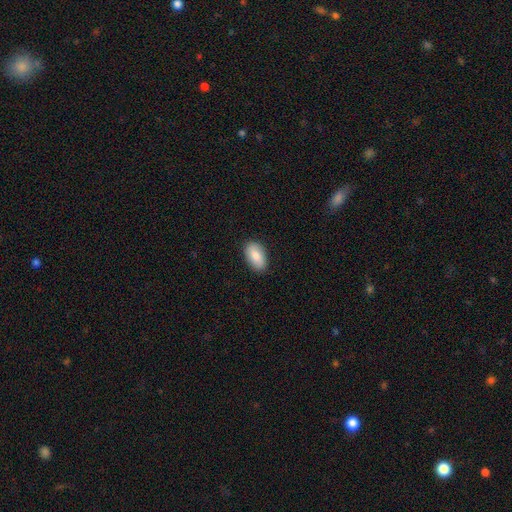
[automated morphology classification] smooth 81%, featured or disk 13%, star or artifact 6%. Down the decision tree: how rounded — in between (93%); merging — none (87%).